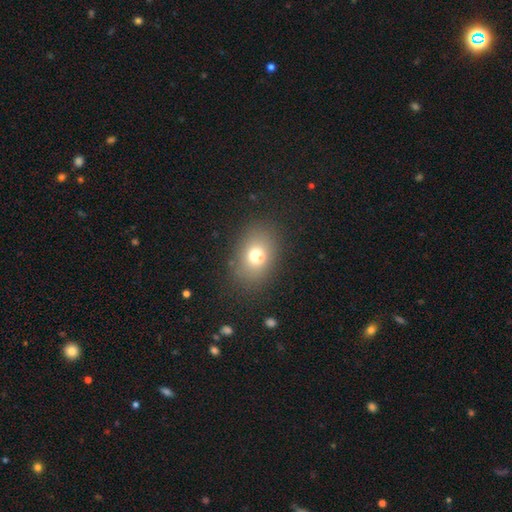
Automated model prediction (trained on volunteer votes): smooth-or-featured: smooth: 71% | star or artifact: 14% | featured or disk: 14%
  how-rounded: in between: 67% | round: 32% | cigar-shaped: 1%
  merging: none: 82% | minor disturbance: 11% | major disturbance: 5% | merger: 2%